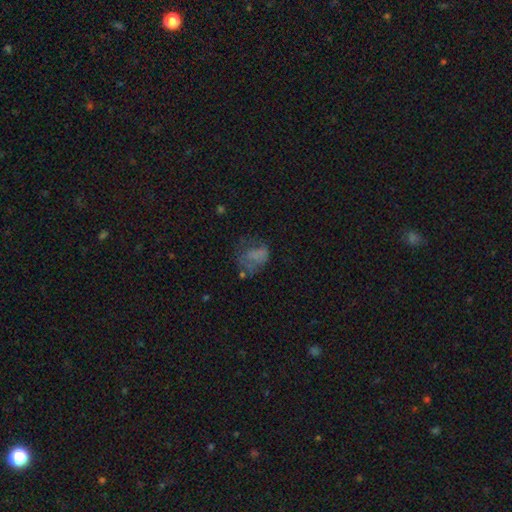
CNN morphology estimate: This is possibly a smooth galaxy (56%). How rounded: likely in between (67%). Merging: marginally major disturbance (37%).